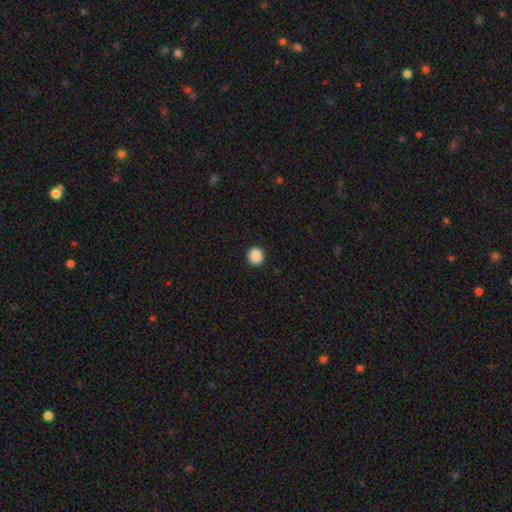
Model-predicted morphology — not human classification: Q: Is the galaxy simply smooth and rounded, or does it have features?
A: smooth — 89%.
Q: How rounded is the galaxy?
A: round — 89%.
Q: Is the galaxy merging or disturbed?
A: none — 92%.